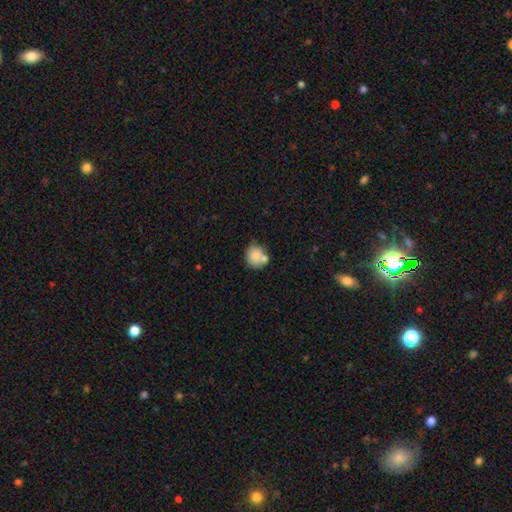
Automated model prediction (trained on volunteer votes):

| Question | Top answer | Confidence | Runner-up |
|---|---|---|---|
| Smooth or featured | smooth | 80% | featured or disk (12%) |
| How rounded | round | 83% | in between (16%) |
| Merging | none | 54% | merger (26%) |